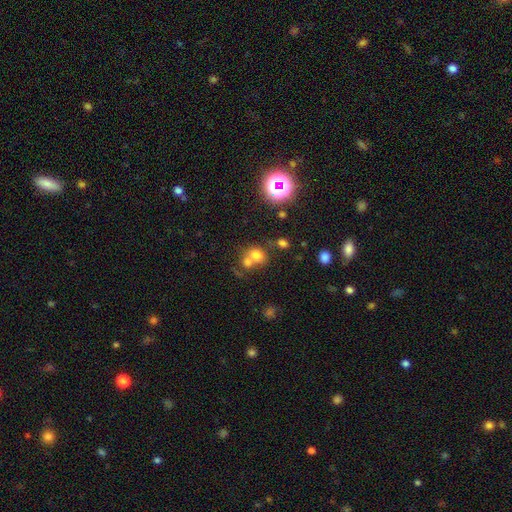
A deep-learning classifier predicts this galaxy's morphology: Smooth or featured: smooth — 68% (star or artifact — 19%)
How rounded: round — 67% (in between — 31%)
Merging: merger — 51% (none — 37%)